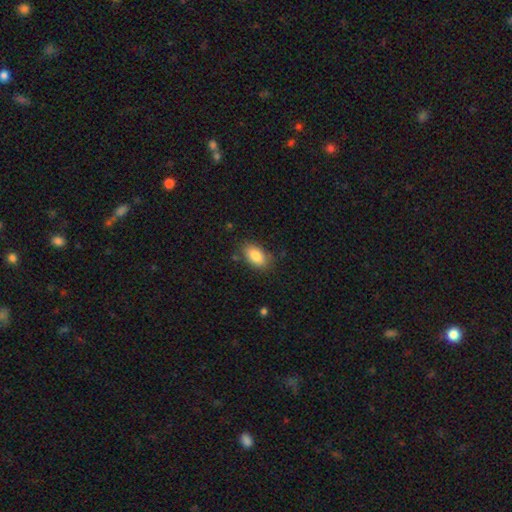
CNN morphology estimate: The model was most divided on "merging": none: 81%, minor disturbance: 14%, major disturbance: 3%, merger: 2%. More confident: how rounded — in between (92%); smooth or featured — smooth (84%).